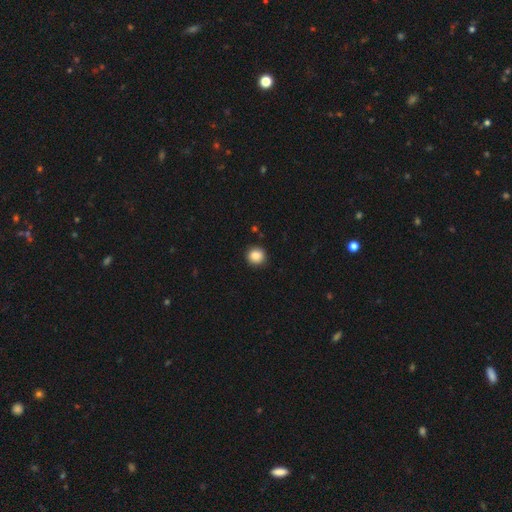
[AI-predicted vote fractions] Q: Smooth or featured?
A: smooth (87%); runner-up: star or artifact (9%)
Q: How rounded?
A: round (92%); runner-up: in between (7%)
Q: Merging?
A: none (90%); runner-up: minor disturbance (7%)